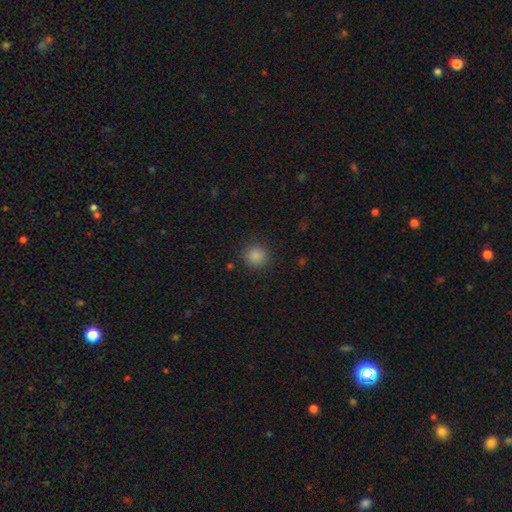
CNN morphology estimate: A smooth galaxy with no disk features (86%) that is round (93%).

Vote fractions:
- Smooth or featured? smooth: 86% / star or artifact: 11% / featured or disk: 3%
- How rounded? round: 93% / in between: 6% / cigar-shaped: 1%
- Merging? none: 89% / minor disturbance: 7% / major disturbance: 3% / merger: 1%